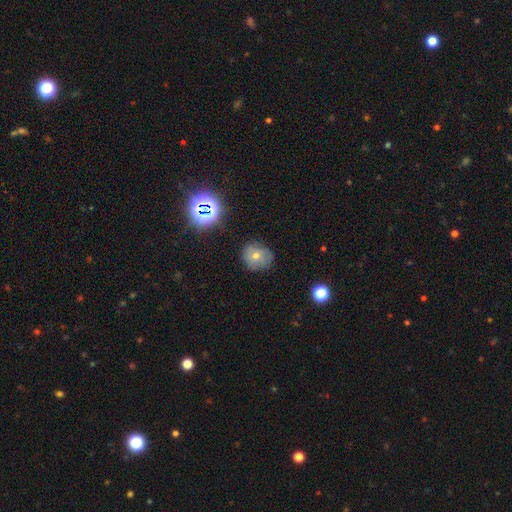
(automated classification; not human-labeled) The model was most divided on "smooth or featured": smooth: 58%, featured or disk: 22%, star or artifact: 20%. More confident: how rounded — round (78%); merging — none (75%).